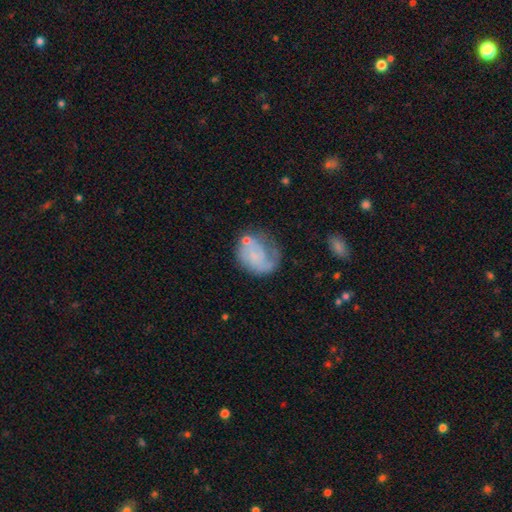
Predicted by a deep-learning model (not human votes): Smooth or featured? Predicted: featured or disk (p=0.56). Edge-on disk? Predicted: no (p=0.98). Bar? Predicted: no (p=0.72). Spiral arms? Predicted: yes (p=0.78). Bulge size? Predicted: small (p=0.45). Merging? Predicted: none (p=0.43).